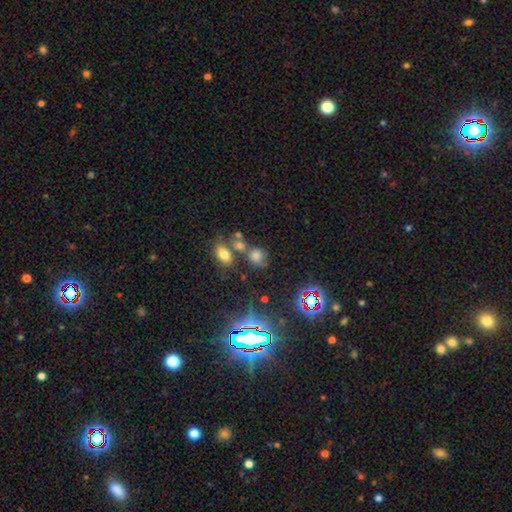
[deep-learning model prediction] Smooth or featured? smooth (59%)
How rounded? round (61%)
Merging? none (56%)